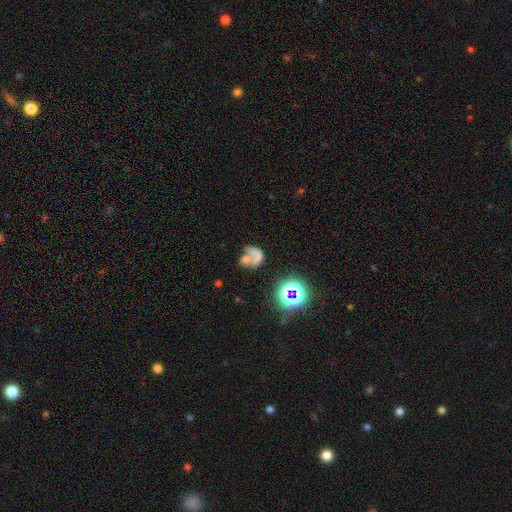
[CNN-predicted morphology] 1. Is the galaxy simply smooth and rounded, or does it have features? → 43% smooth, 37% featured or disk, 20% star or artifact.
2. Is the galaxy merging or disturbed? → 37% merger, 27% none, 23% major disturbance, 13% minor disturbance.